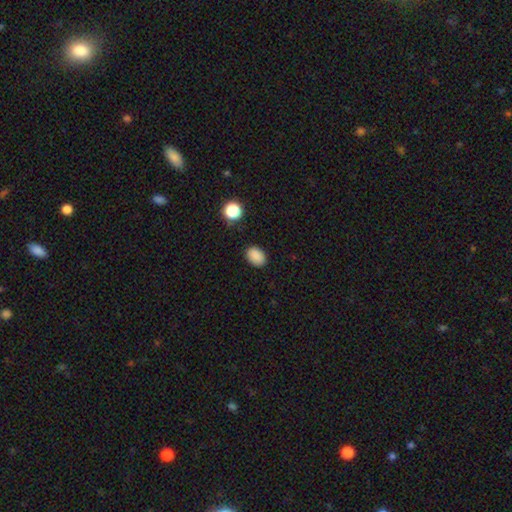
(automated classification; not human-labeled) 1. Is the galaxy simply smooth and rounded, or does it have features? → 87% smooth, 10% star or artifact, 3% featured or disk.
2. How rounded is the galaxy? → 75% in between, 24% round, 1% cigar-shaped.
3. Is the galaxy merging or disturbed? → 86% none, 10% minor disturbance, 2% major disturbance, 1% merger.